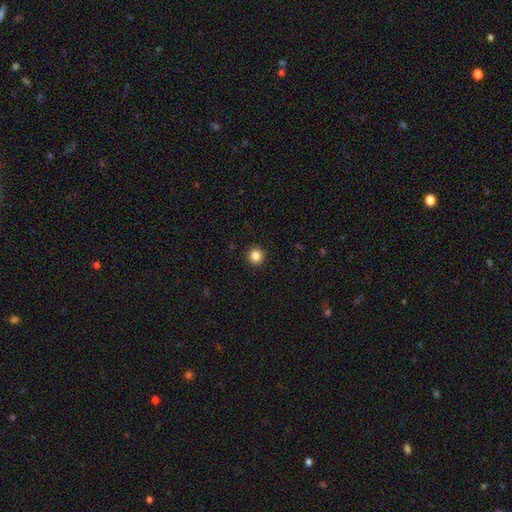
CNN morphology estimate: type=smooth (86%); roundness=round (94%); merging=none (93%).